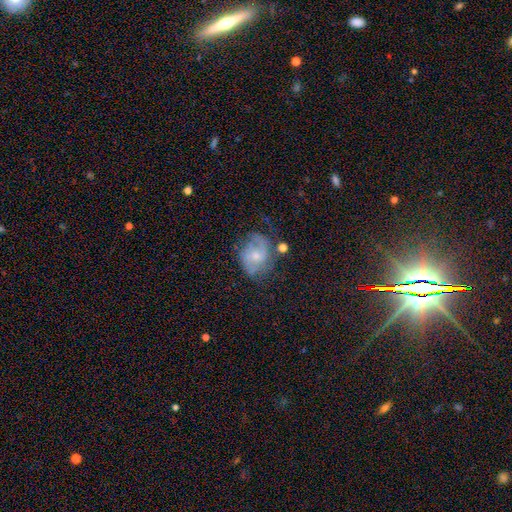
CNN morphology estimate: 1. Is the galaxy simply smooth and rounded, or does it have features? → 67% featured or disk, 24% smooth, 9% star or artifact.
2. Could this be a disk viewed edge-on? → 97% no, 3% yes.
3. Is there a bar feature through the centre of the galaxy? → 54% no, 39% weak, 7% strong.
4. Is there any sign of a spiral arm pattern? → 86% yes, 14% no.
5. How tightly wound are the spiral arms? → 47% medium, 27% loose, 26% tight.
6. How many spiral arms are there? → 67% 2, 17% can't tell, 7% 1, 5% 3, 2% 4, 2% more than 4.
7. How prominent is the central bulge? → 47% small, 39% moderate, 9% none, 4% large, 1% dominant.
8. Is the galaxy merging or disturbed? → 53% none, 25% minor disturbance, 17% major disturbance, 5% merger.